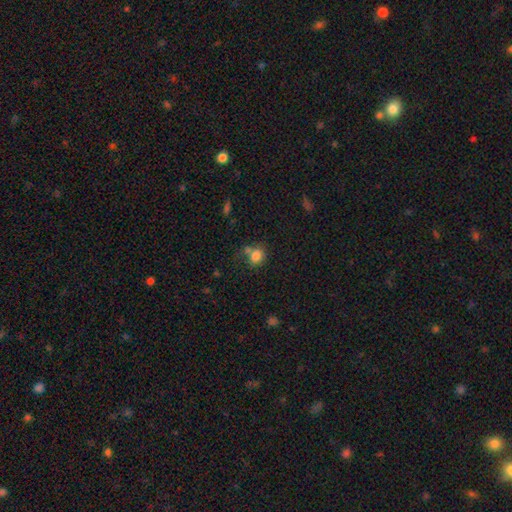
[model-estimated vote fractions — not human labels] smooth-or-featured: smooth: 81% | star or artifact: 11% | featured or disk: 8%
  how-rounded: round: 54% | in between: 45% | cigar-shaped: 1%
  merging: none: 50% | merger: 25% | minor disturbance: 18% | major disturbance: 8%